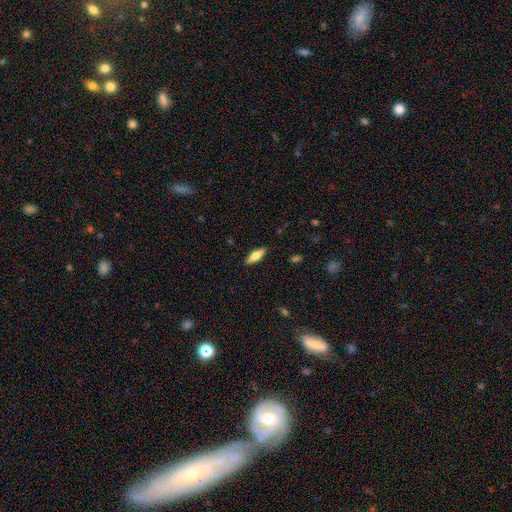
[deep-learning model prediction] smooth-or-featured: smooth: 61% | featured or disk: 33% | star or artifact: 6%
  how-rounded: in between: 53% | cigar-shaped: 45% | round: 2%
  merging: none: 89% | minor disturbance: 8% | major disturbance: 2% | merger: 1%